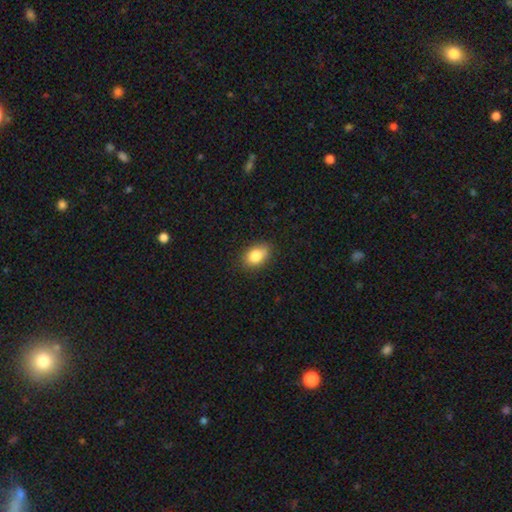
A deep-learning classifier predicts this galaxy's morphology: Smooth or featured?
  - smooth: 83% *
  - star or artifact: 9%
  - featured or disk: 8%
How rounded?
  - in between: 76% *
  - round: 23%
  - cigar-shaped: 2%
Merging?
  - none: 80% *
  - minor disturbance: 16%
  - major disturbance: 3%
  - merger: 1%